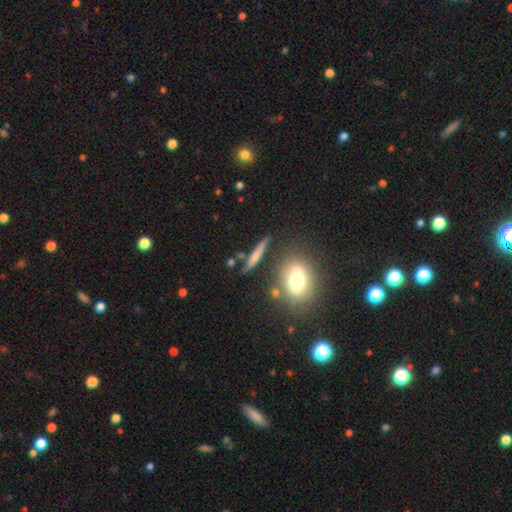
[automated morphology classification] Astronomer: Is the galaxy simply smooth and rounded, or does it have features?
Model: smooth — 54% (runner-up: featured or disk, 36%).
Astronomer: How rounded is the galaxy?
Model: cigar-shaped — 86%.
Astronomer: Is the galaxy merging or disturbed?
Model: none — 77%.